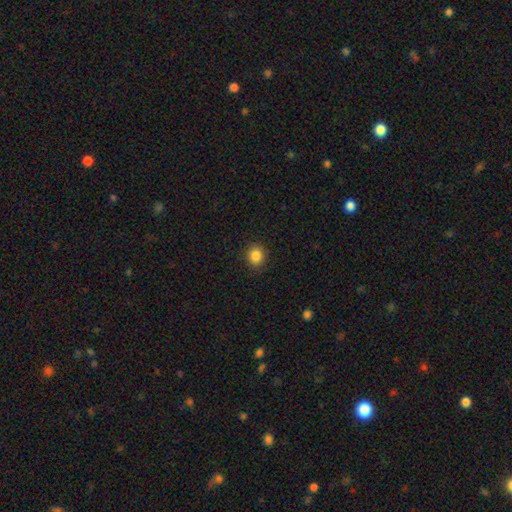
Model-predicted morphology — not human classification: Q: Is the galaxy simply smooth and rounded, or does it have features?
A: smooth — 86%.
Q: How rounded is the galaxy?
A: round — 75%.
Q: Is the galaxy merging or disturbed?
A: none — 90%.